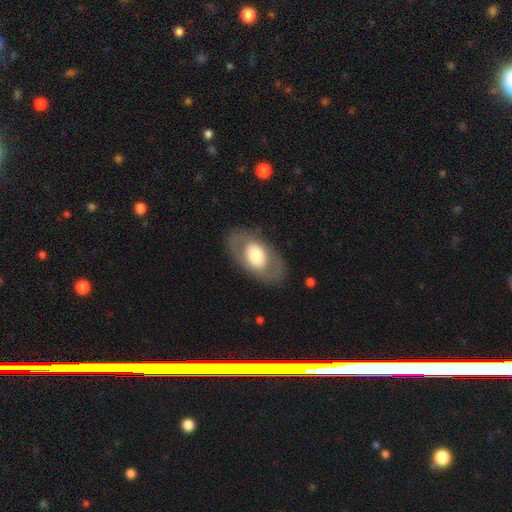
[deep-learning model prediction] Smooth or featured?
  - smooth: 50% *
  - featured or disk: 45%
  - star or artifact: 6%
Merging?
  - none: 80% *
  - minor disturbance: 11%
  - major disturbance: 7%
  - merger: 1%